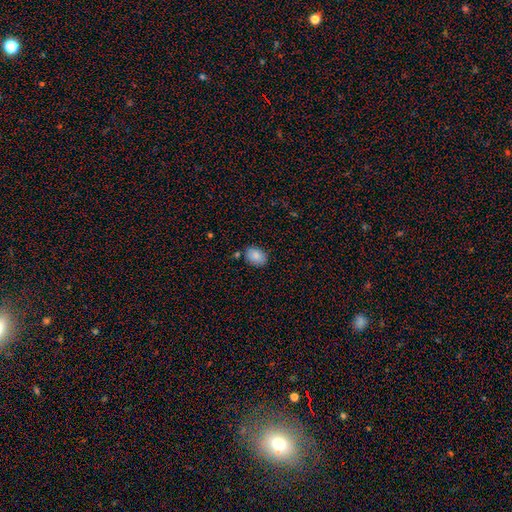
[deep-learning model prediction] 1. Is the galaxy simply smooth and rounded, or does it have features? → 86% smooth, 8% star or artifact, 6% featured or disk.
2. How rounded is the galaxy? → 77% in between, 22% round, 1% cigar-shaped.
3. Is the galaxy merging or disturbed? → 80% none, 13% minor disturbance, 4% merger, 3% major disturbance.